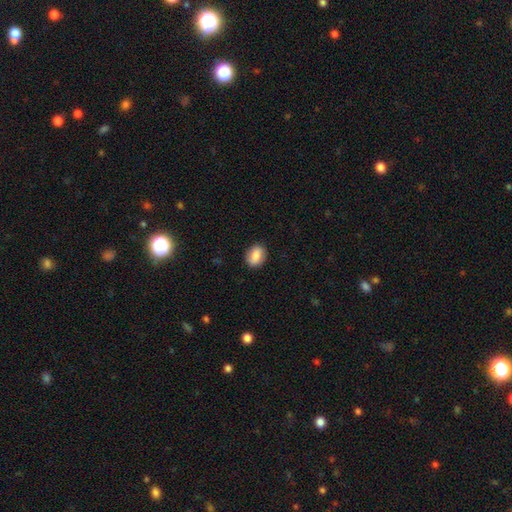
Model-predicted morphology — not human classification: smooth-or-featured: smooth: 83% | featured or disk: 10% | star or artifact: 7%
  how-rounded: in between: 68% | round: 31% | cigar-shaped: 2%
  merging: none: 89% | minor disturbance: 8% | major disturbance: 2% | merger: 1%